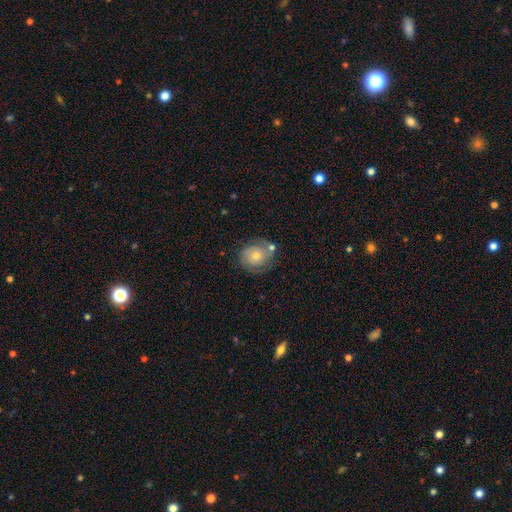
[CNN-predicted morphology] Smooth or featured: featured or disk — 51% (smooth — 39%)
Edge-on disk: no — 97% (yes — 3%)
Merging: none — 67% (minor disturbance — 17%)